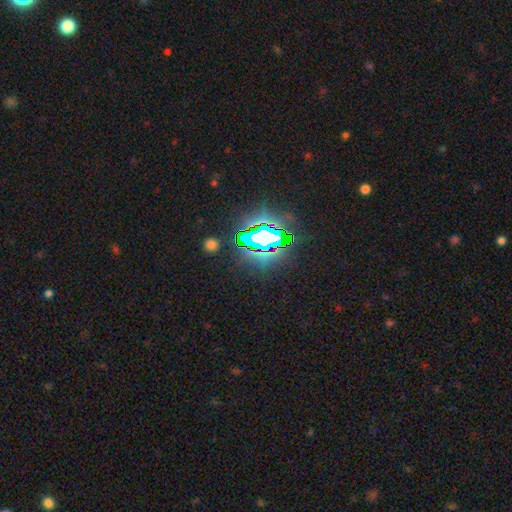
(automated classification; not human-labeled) Smooth or featured: star or artifact — 84% (smooth — 10%)